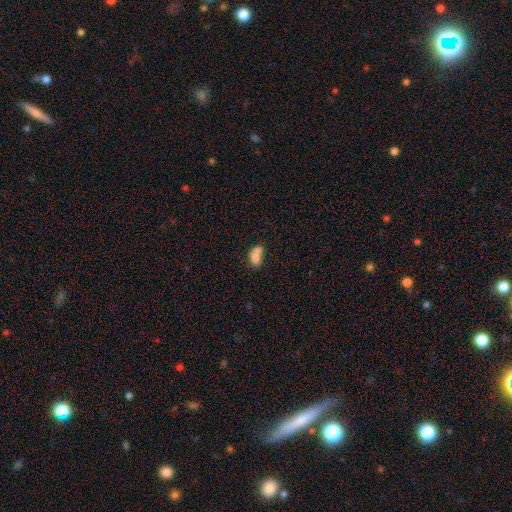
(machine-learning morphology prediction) Smooth or featured?
  - smooth: 73% *
  - featured or disk: 17%
  - star or artifact: 10%
How rounded?
  - in between: 77% *
  - round: 20%
  - cigar-shaped: 3%
Merging?
  - merger: 56% *
  - none: 25%
  - minor disturbance: 12%
  - major disturbance: 7%